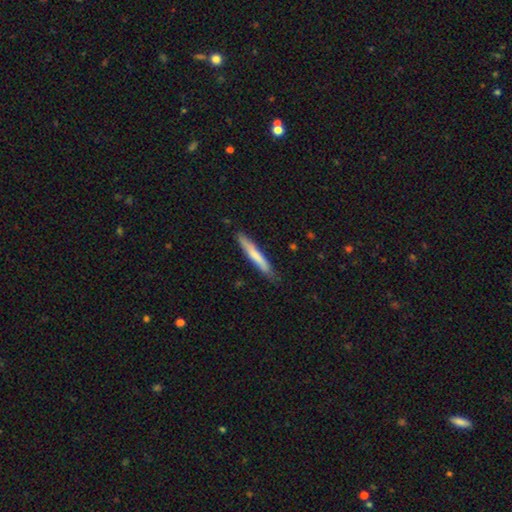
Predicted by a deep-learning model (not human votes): A smooth galaxy with no disk features (69%) that is cigar-shaped (94%). Merging: none (82%).